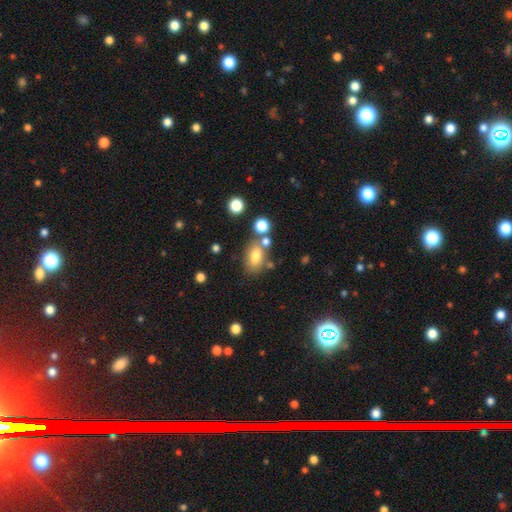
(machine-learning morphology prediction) type=smooth (75%); roundness=in between (82%); merging=none (64%).